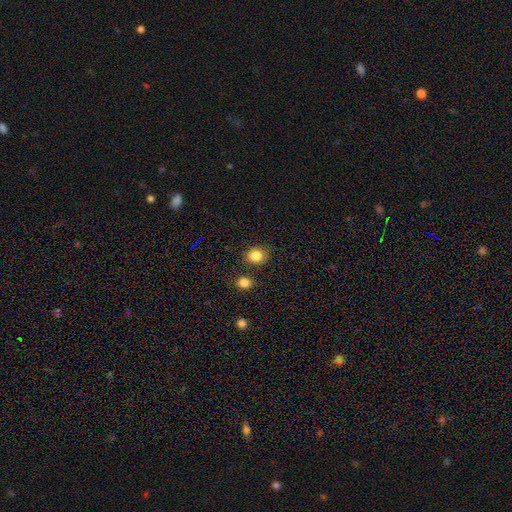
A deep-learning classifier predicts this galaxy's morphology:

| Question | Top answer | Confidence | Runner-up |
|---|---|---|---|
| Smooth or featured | smooth | 85% | star or artifact (11%) |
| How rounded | round | 68% | in between (31%) |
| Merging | none | 81% | minor disturbance (10%) |